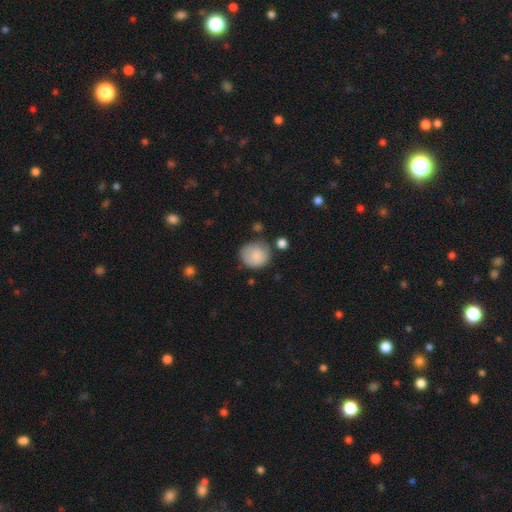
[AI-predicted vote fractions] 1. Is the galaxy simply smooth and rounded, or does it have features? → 83% smooth, 9% featured or disk, 7% star or artifact.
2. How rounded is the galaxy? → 86% round, 13% in between, 1% cigar-shaped.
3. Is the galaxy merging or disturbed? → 66% none, 23% minor disturbance, 6% major disturbance, 5% merger.